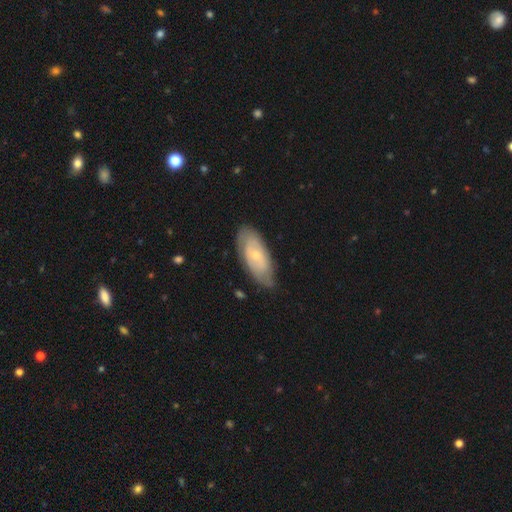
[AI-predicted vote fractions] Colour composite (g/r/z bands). It shows a featured or disk galaxy (55%). Merging: none (74%).